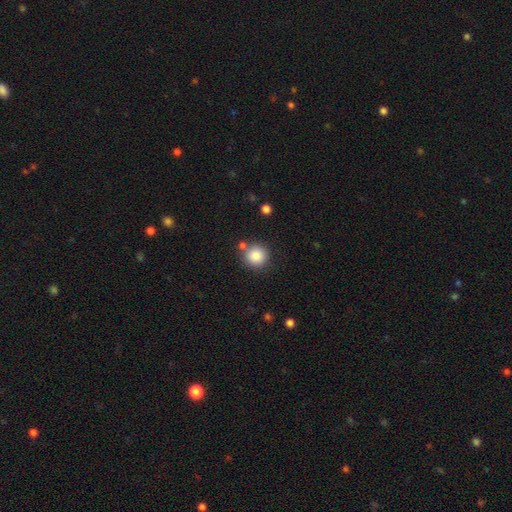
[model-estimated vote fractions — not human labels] This is clearly a smooth galaxy (86%). How rounded: clearly round (93%). Merging: likely none (77%).